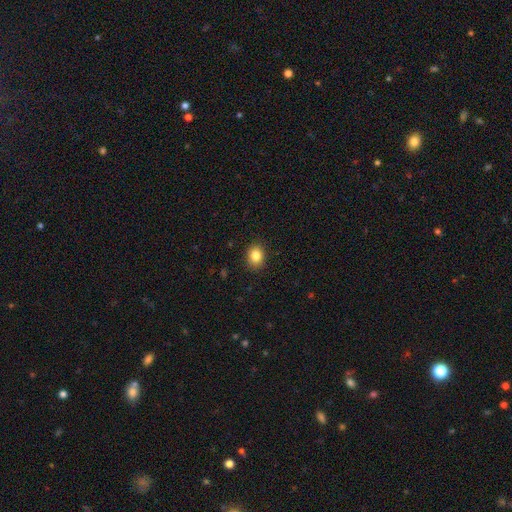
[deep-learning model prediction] Morphology: type=smooth (84%); roundness=round (51%); merging=none (89%).